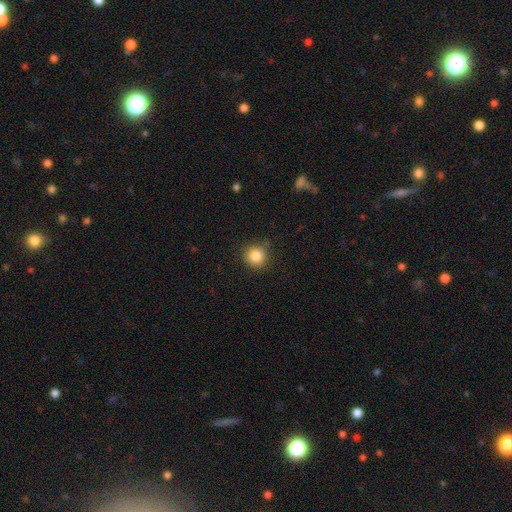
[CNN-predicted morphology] This is clearly a smooth galaxy (86%). How rounded: clearly round (92%). Merging: clearly none (82%).